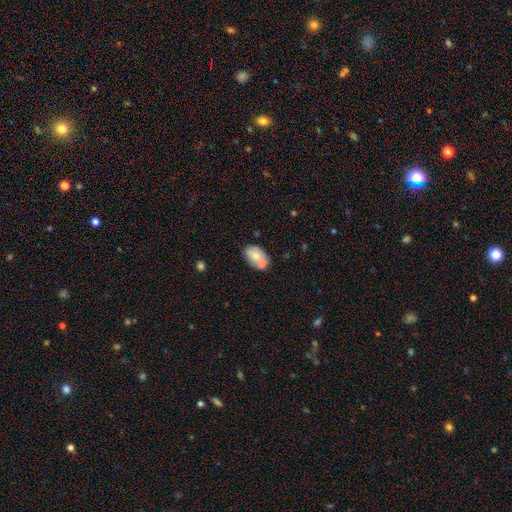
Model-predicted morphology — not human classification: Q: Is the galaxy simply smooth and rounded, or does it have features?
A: smooth — 67%.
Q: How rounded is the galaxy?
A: in between — 86%.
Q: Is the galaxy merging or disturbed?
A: none — 49%.